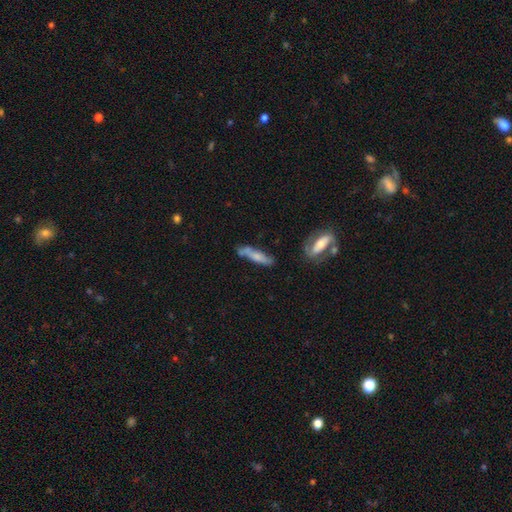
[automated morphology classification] This is possibly a smooth galaxy (56%). How rounded: likely cigar-shaped (80%). Merging: likely none (61%).